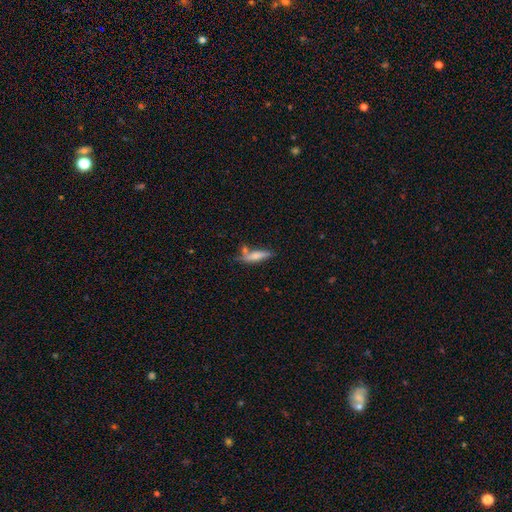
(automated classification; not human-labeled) Smooth or featured? Predicted: smooth (p=0.68). How rounded? Predicted: cigar-shaped (p=0.72). Merging? Predicted: none (p=0.58).